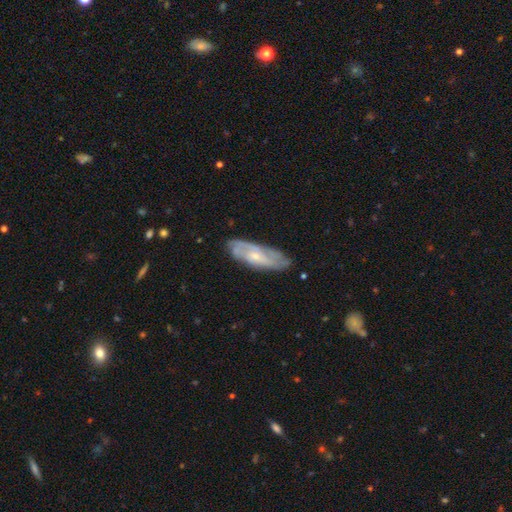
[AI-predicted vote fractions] This is likely a featured or disk galaxy (67%). It is clearly not viewed edge-on (81%). Bar: likely no (63%). Spiral arm pattern: clearly yes (81%). Central bulge: likely small (66%). Merging: likely none (77%).